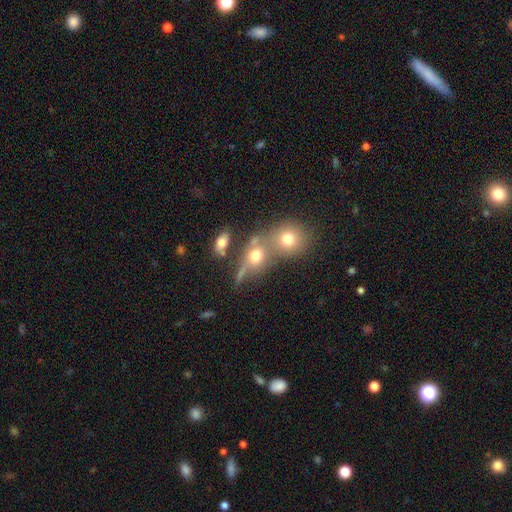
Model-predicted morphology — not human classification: This appears to be a smooth galaxy with no disk features (60%) that is round (62%). Merging: merger (51%).